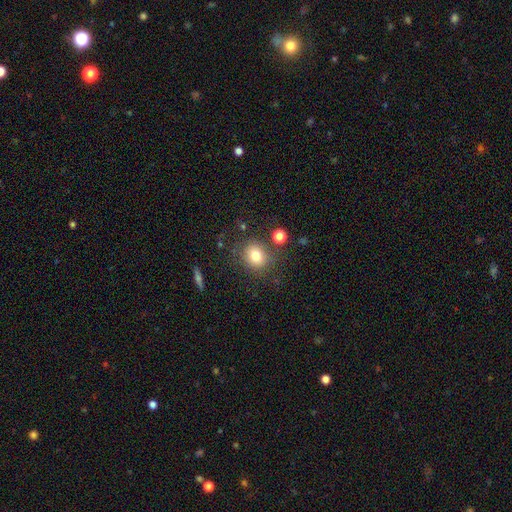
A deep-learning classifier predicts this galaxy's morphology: A smooth galaxy with no disk features (79%) that is round (71%). Merging: none (78%).